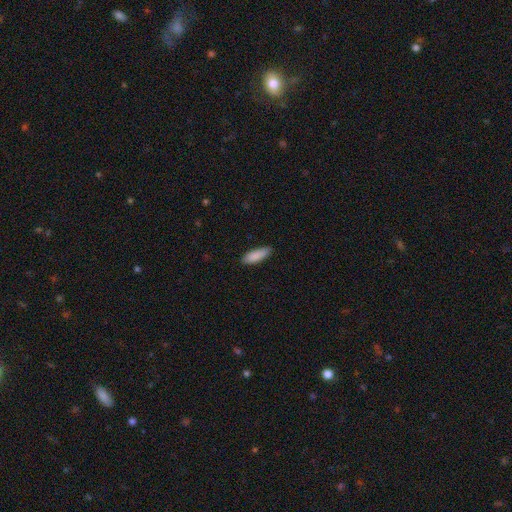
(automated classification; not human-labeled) The model was most divided on "how rounded": in between: 58%, cigar-shaped: 40%, round: 2%. More confident: smooth or featured — smooth (89%); merging — none (86%).